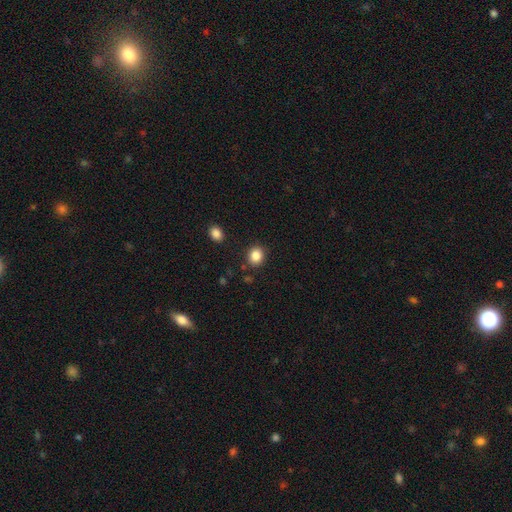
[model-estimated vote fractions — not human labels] A smooth galaxy with no disk features (85%) that is round (73%). Merging: none (87%).